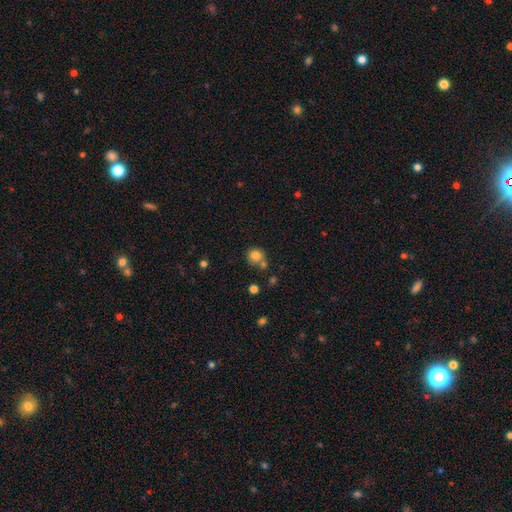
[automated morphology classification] Smooth or featured? Predicted: smooth (p=0.81). How rounded? Predicted: round (p=0.88). Merging? Predicted: none (p=0.61).